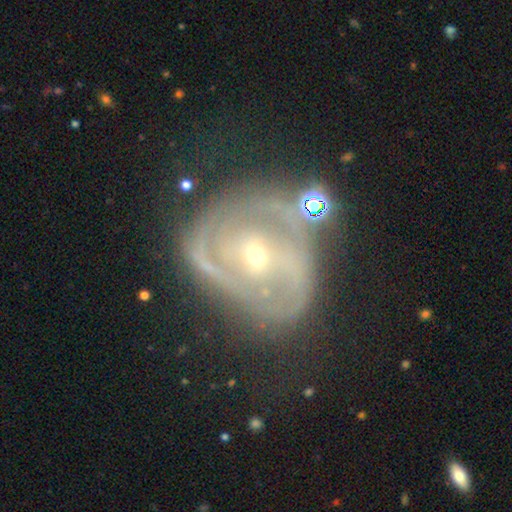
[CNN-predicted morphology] This is clearly a featured or disk galaxy (84%). It is clearly not viewed edge-on (97%). Bar: marginally no (41%). Spiral arm pattern: clearly yes (87%). Spiral arm count: possibly 2 (53%). Spiral winding: possibly tight (50%). Central bulge: likely small (62%). Merging: possibly none (55%).